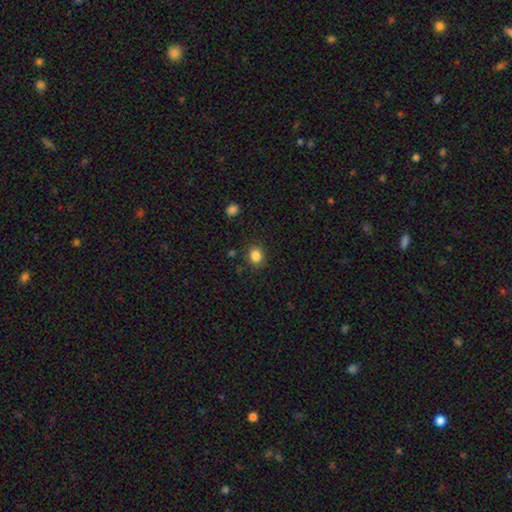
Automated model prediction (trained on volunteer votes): The model was most divided on "how rounded": round: 68%, in between: 31%, cigar-shaped: 1%. More confident: merging — none (87%); smooth or featured — smooth (85%).